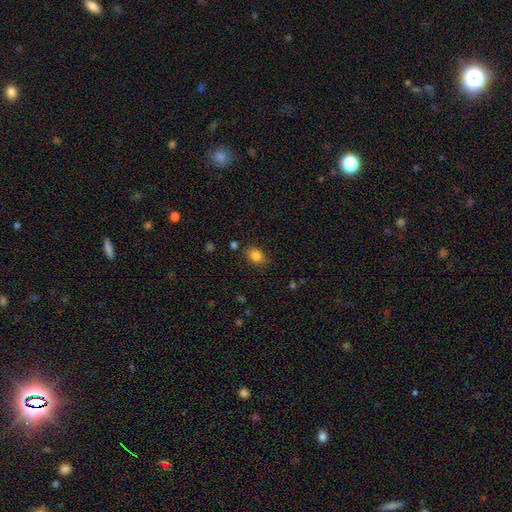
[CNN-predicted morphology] smooth 84%, star or artifact 11%, featured or disk 6%. Down the decision tree: how rounded — in between (67%); merging — none (80%).